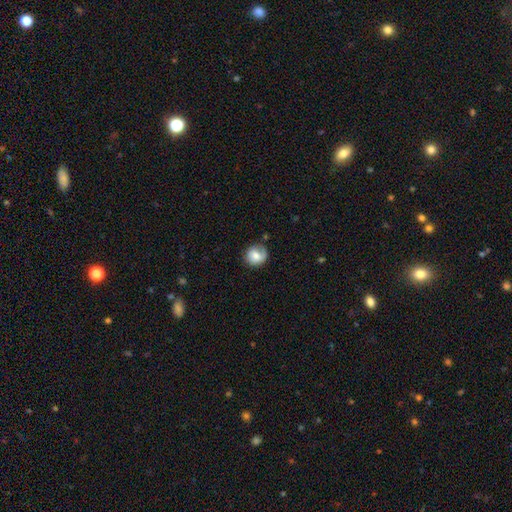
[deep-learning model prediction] smooth 67%, featured or disk 25%, star or artifact 8%. Down the decision tree: how rounded — round (81%); merging — none (67%).